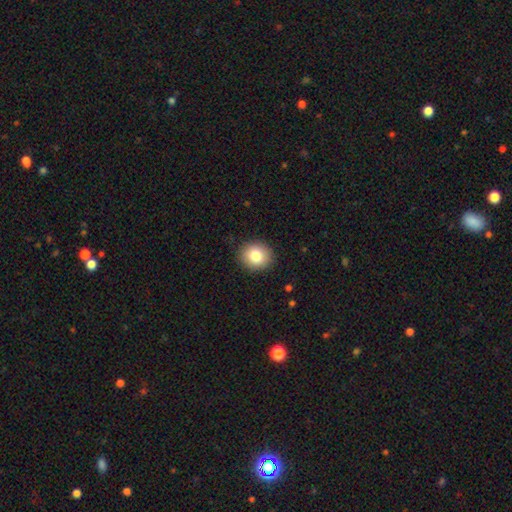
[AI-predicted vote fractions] smooth-or-featured: smooth: 82% | star or artifact: 9% | featured or disk: 9%
  how-rounded: round: 76% | in between: 23% | cigar-shaped: 1%
  merging: none: 90% | minor disturbance: 7% | major disturbance: 2% | merger: 1%